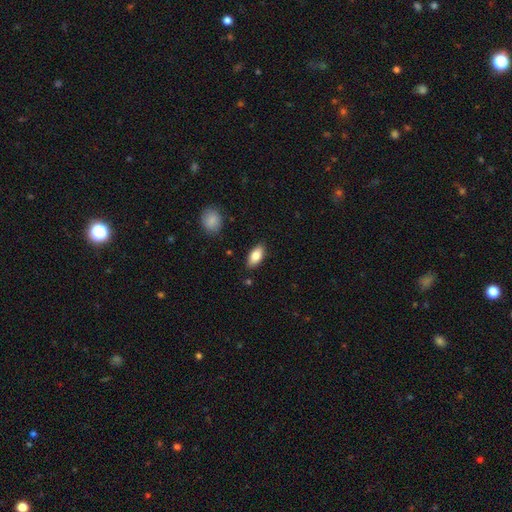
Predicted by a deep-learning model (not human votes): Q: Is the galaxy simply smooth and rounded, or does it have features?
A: smooth — 81%.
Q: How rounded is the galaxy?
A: in between — 90%.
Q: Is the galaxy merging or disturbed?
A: none — 87%.